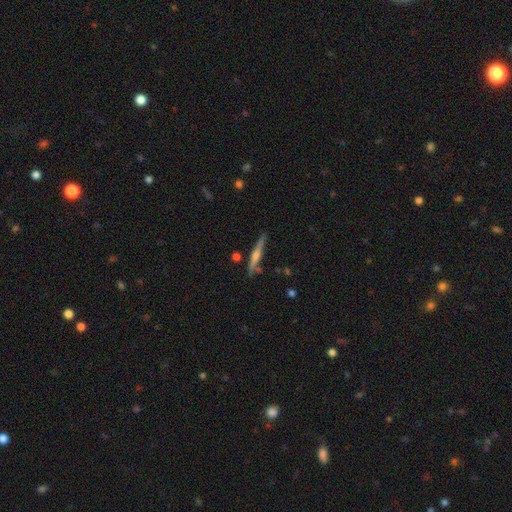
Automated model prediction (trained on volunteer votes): Smooth or featured? featured or disk (64%)
Edge-on disk? yes (97%)
Edge-on bulge? rounded (76%)
Merging? none (84%)